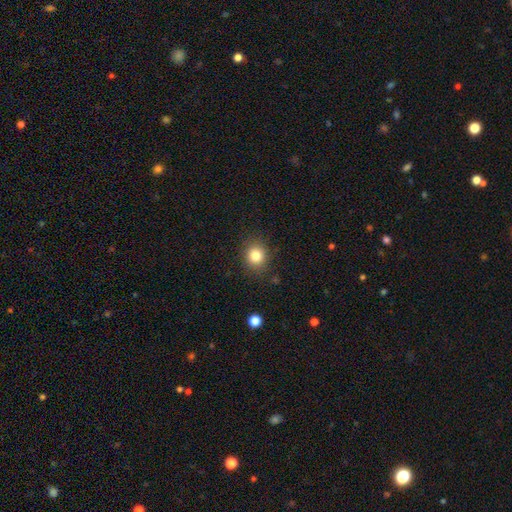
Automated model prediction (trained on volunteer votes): This is clearly a smooth galaxy (82%). How rounded: likely round (79%). Merging: clearly none (86%).